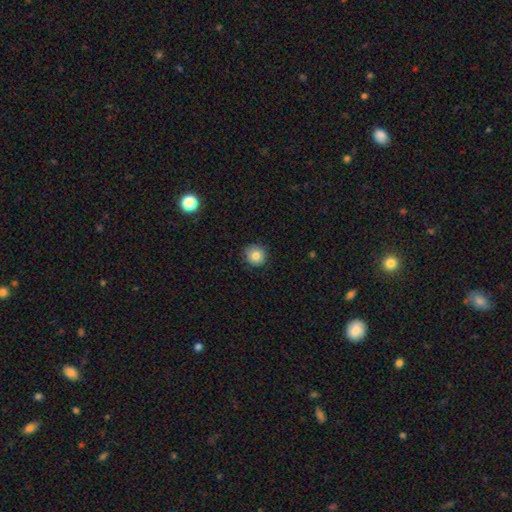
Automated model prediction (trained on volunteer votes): This is clearly a smooth galaxy (81%). How rounded: clearly round (91%). Merging: clearly none (87%).